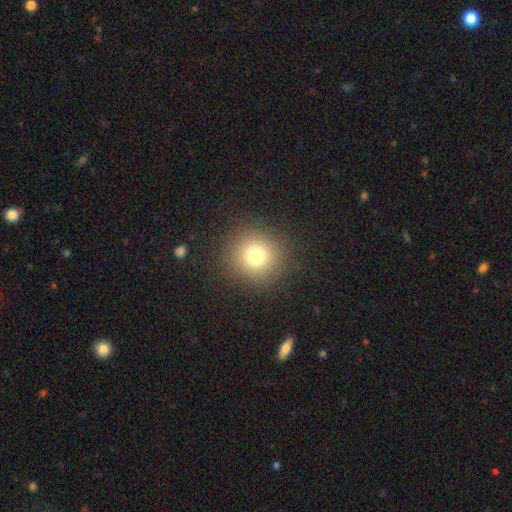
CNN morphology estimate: A smooth galaxy with no disk features (75%) that is round (93%). Merging: none (90%).